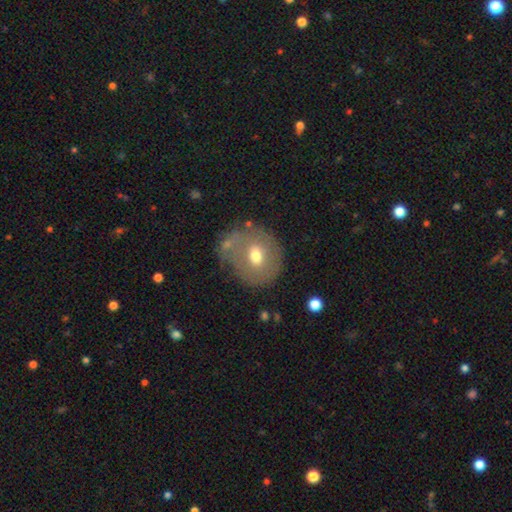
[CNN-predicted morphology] This appears to be a smooth galaxy with no disk features (59%) that is round (71%). Merging: none (65%).